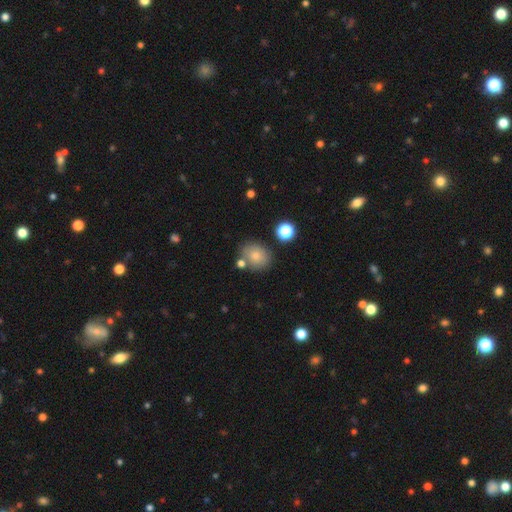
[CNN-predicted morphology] Smooth or featured? smooth (77%)
How rounded? round (60%)
Merging? none (71%)